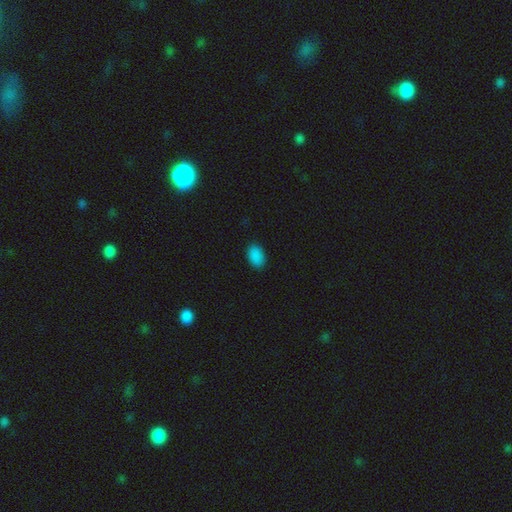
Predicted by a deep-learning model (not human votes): Morphology: type=smooth (88%); roundness=in between (90%); merging=none (88%).